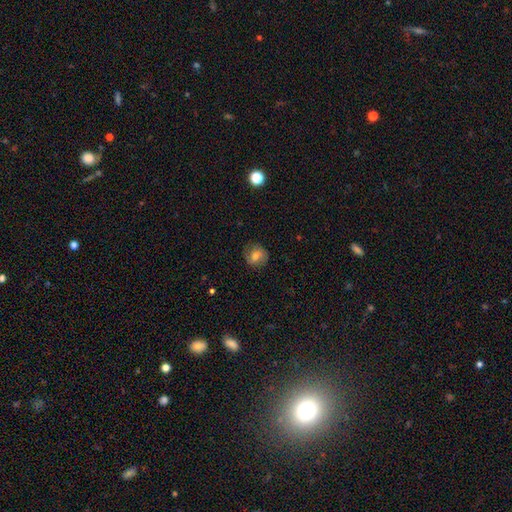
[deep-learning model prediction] Smooth or featured? Predicted: smooth (p=0.62). How rounded? Predicted: round (p=0.74). Merging? Predicted: none (p=0.78).